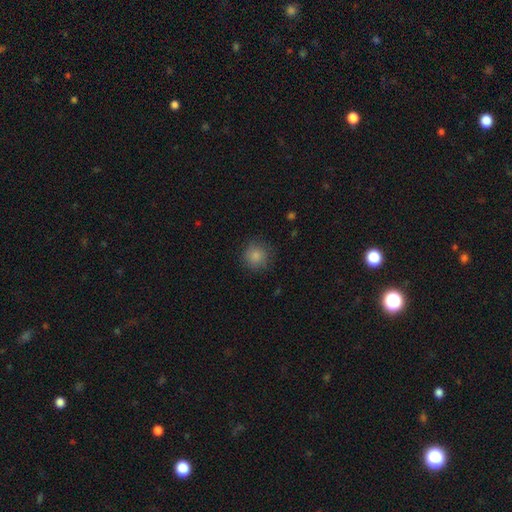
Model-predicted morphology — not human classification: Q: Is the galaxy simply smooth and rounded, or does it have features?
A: smooth — 86%.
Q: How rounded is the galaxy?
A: round — 93%.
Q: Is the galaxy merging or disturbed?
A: none — 84%.